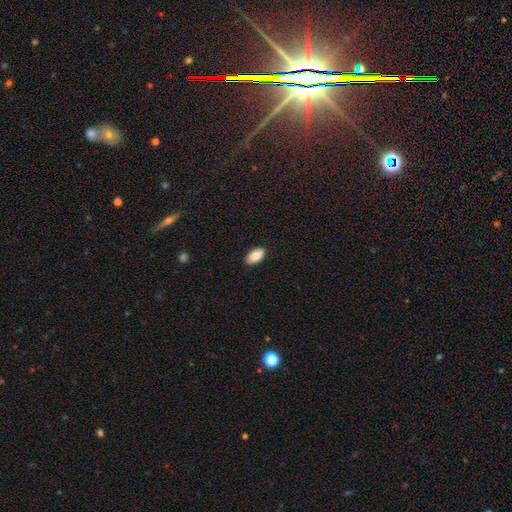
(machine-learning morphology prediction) The model was most divided on "merging": none: 88%, minor disturbance: 9%, major disturbance: 2%, merger: 1%. More confident: how rounded — in between (94%); smooth or featured — smooth (88%).